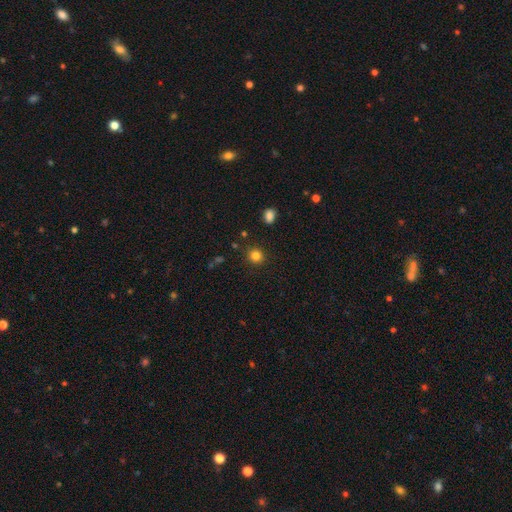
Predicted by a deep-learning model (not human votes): Smooth or featured?
  - smooth: 83% *
  - star or artifact: 13%
  - featured or disk: 5%
How rounded?
  - round: 89% *
  - in between: 10%
  - cigar-shaped: 1%
Merging?
  - none: 89% *
  - minor disturbance: 6%
  - major disturbance: 2%
  - merger: 2%